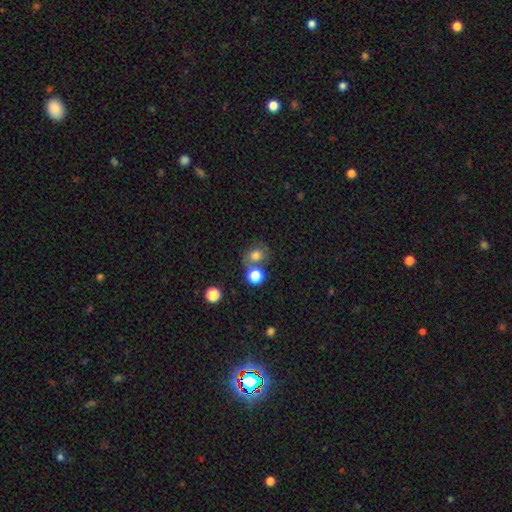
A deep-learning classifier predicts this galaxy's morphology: Smooth or featured: smooth — 73% (star or artifact — 14%)
How rounded: round — 71% (in between — 28%)
Merging: none — 54% (merger — 26%)